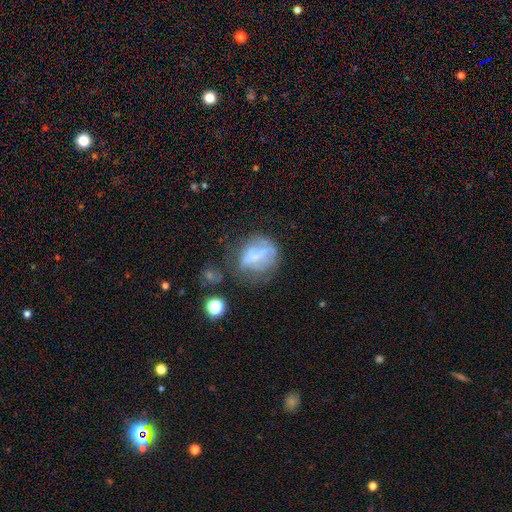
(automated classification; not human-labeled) Overall: featured or disk (50%; smooth 36%). Merging: none (41%; major disturbance 27%).